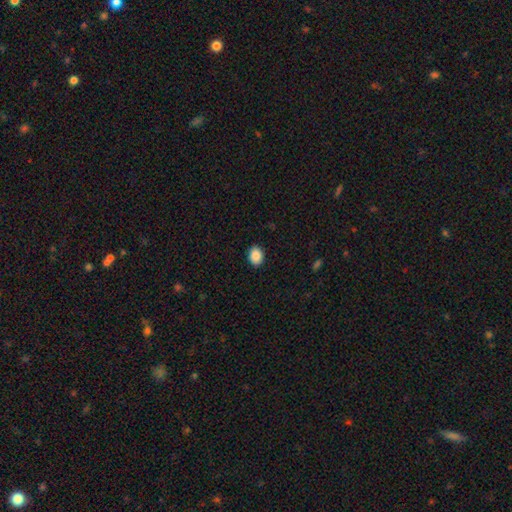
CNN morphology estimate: Overall: smooth (89%). How rounded: in between (56%; round 43%). Merging: none (90%).